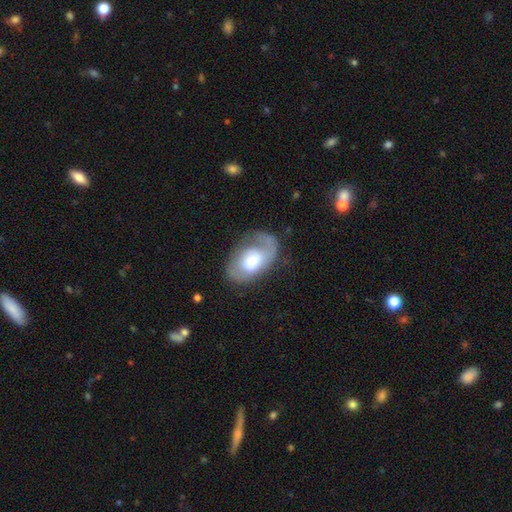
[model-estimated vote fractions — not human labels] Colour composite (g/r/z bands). It shows a featured or disk galaxy (69%) with no bar (75%), 2 (40%) tight (48%) spiral arms (80%) and a moderate central bulge (53%). Merging: none (64%).